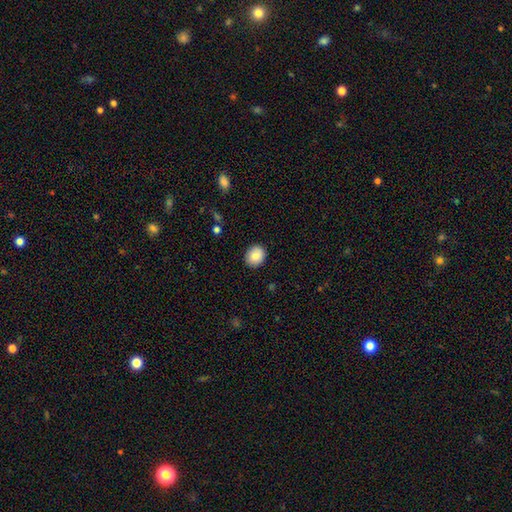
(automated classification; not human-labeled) smooth 83%, featured or disk 9%, star or artifact 8%. Down the decision tree: how rounded — round (71%); merging — none (90%).